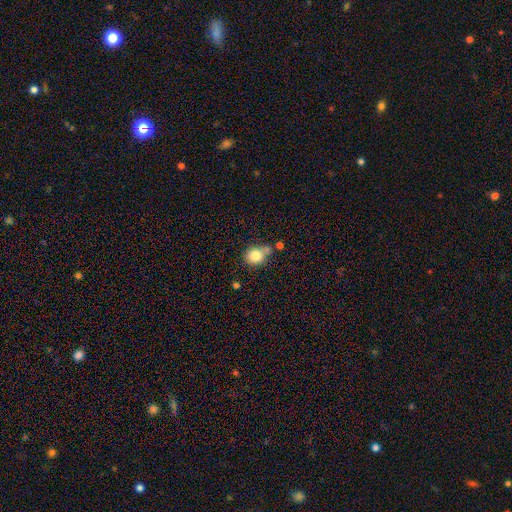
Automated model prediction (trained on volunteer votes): smooth 81%, star or artifact 10%, featured or disk 9%. Down the decision tree: how rounded — round (69%); merging — none (49%).